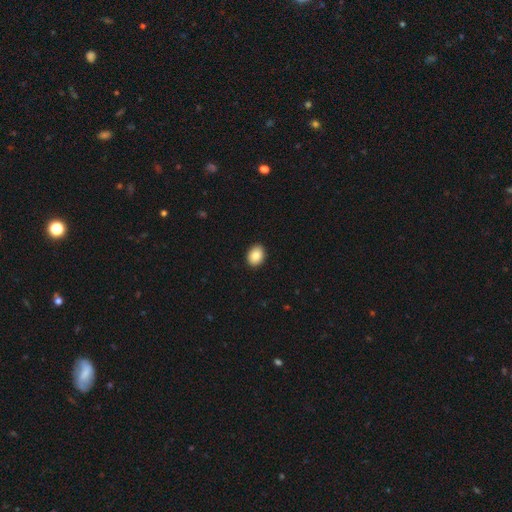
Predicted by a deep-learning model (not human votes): Smooth or featured: smooth — 89% (star or artifact — 8%)
How rounded: in between — 64% (round — 35%)
Merging: none — 91% (minor disturbance — 6%)